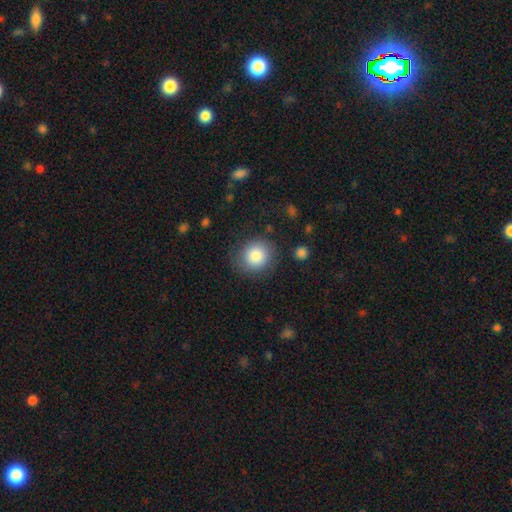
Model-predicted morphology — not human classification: Overall: smooth (84%). How rounded: round (83%). Merging: none (80%).